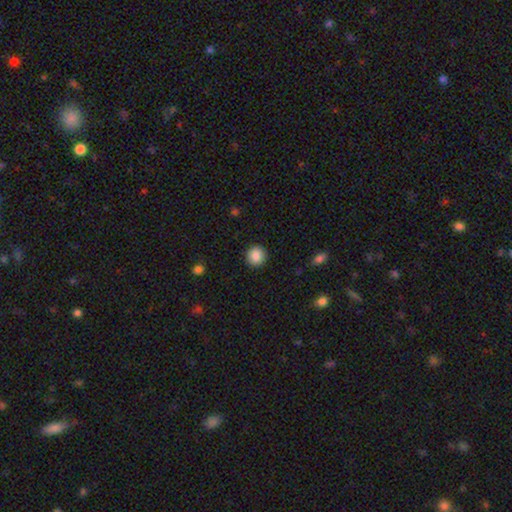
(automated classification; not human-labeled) A smooth galaxy with no disk features (87%) that is round (94%). Merging: none (92%).